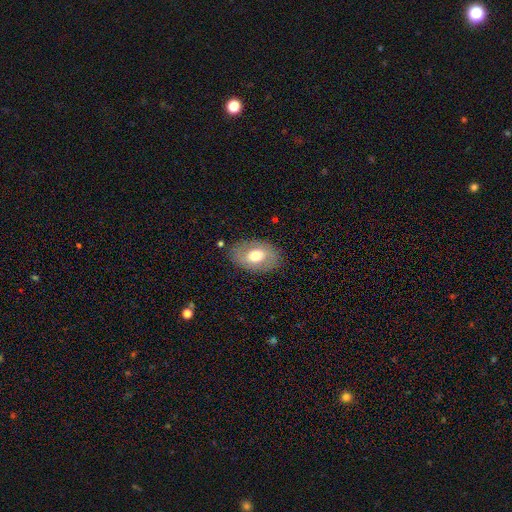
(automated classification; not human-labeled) Smooth or featured?
  - smooth: 61% *
  - featured or disk: 32%
  - star or artifact: 7%
How rounded?
  - in between: 85% *
  - round: 14%
  - cigar-shaped: 1%
Merging?
  - none: 81% *
  - minor disturbance: 13%
  - major disturbance: 5%
  - merger: 2%